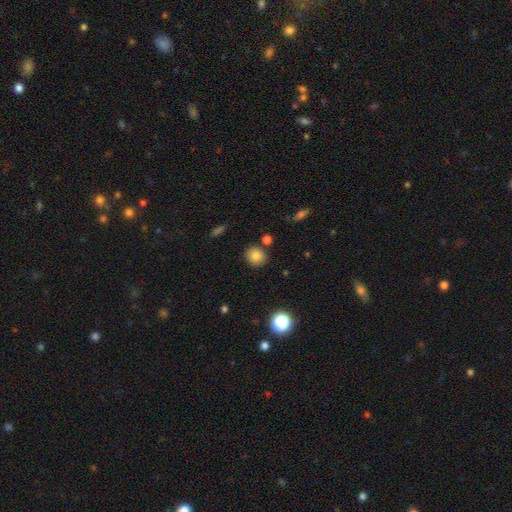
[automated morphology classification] Smooth or featured? Predicted: smooth (p=0.82). How rounded? Predicted: round (p=0.84). Merging? Predicted: none (p=0.84).